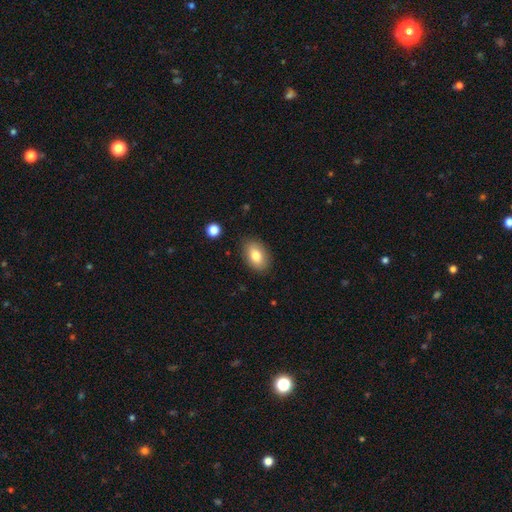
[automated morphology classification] A smooth galaxy with no disk features (80%) that is in between round and cigar-shaped (87%).

Vote fractions:
- Smooth or featured? smooth: 80% / featured or disk: 12% / star or artifact: 8%
- How rounded? in between: 87% / round: 12% / cigar-shaped: 1%
- Merging? none: 85% / minor disturbance: 11% / major disturbance: 3% / merger: 1%